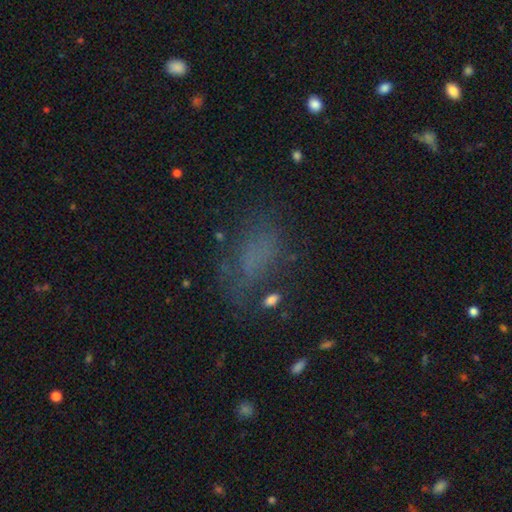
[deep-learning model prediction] A smooth galaxy with no disk features (56%) that is in between round and cigar-shaped (83%).

Vote fractions:
- Smooth or featured? smooth: 56% / star or artifact: 25% / featured or disk: 19%
- How rounded? in between: 83% / round: 10% / cigar-shaped: 7%
- Merging? none: 55% / minor disturbance: 22% / major disturbance: 20% / merger: 3%